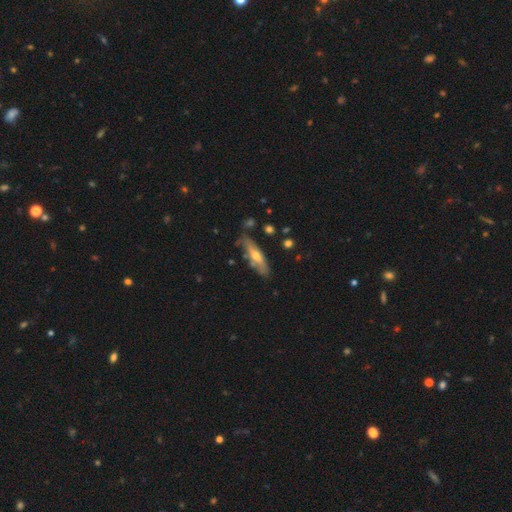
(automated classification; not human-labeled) A featured or disk galaxy (52%) viewed edge-on (66%).

Vote fractions:
- Smooth or featured? featured or disk: 52% / smooth: 41% / star or artifact: 6%
- Edge-on disk? yes: 66% / no: 34%
- Merging? none: 72% / minor disturbance: 19% / merger: 5% / major disturbance: 4%